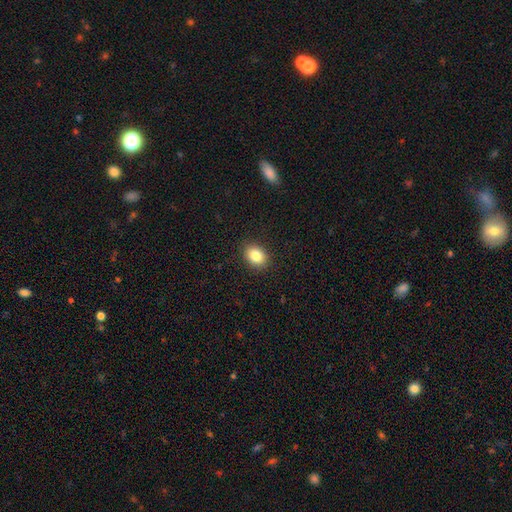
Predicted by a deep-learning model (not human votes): Smooth or featured? Predicted: smooth (p=0.84). How rounded? Predicted: in between (p=0.62). Merging? Predicted: none (p=0.89).